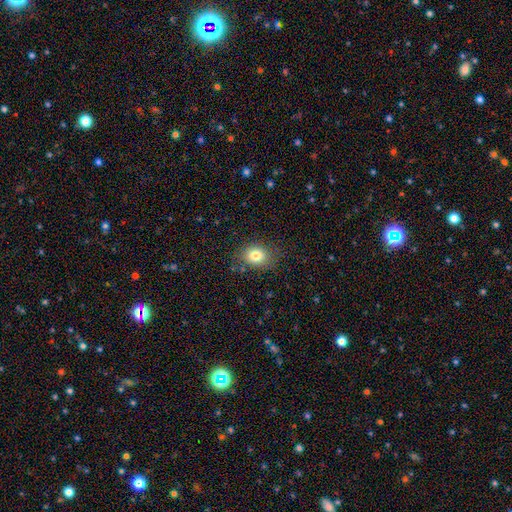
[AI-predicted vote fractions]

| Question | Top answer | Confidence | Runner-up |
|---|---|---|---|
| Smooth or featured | smooth | 81% | star or artifact (10%) |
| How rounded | in between | 55% | round (44%) |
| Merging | none | 80% | minor disturbance (14%) |